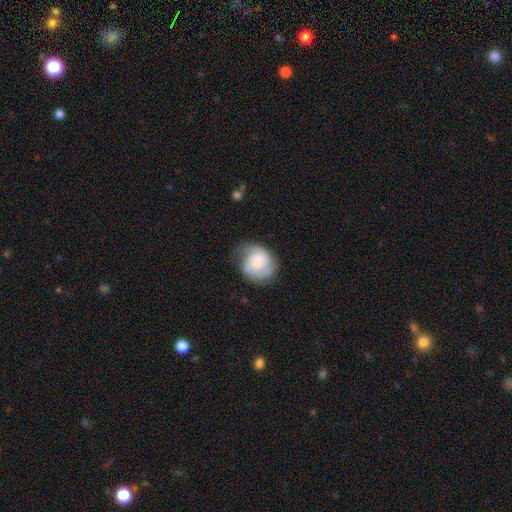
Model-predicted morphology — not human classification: Smooth or featured? featured or disk (51%)
Edge-on disk? no (98%)
Merging? none (55%)